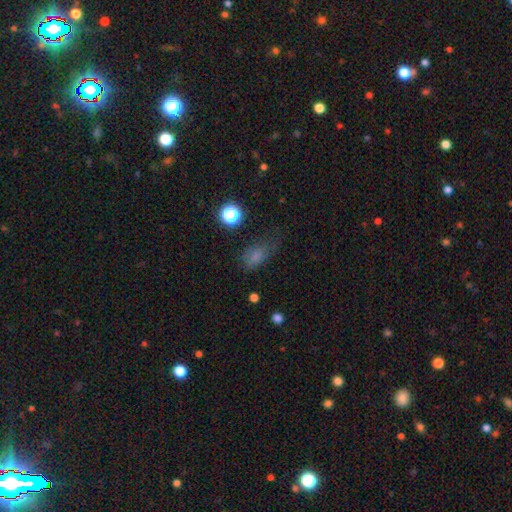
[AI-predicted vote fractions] A smooth galaxy with no disk features (73%) that is in between round and cigar-shaped (81%).

Vote fractions:
- Smooth or featured? smooth: 73% / star or artifact: 17% / featured or disk: 10%
- How rounded? in between: 81% / round: 14% / cigar-shaped: 5%
- Merging? none: 48% / minor disturbance: 30% / major disturbance: 19% / merger: 3%